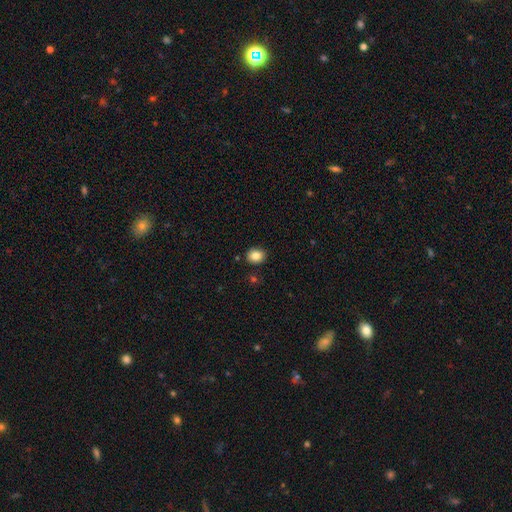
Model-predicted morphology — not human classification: smooth-or-featured: smooth: 85% | star or artifact: 10% | featured or disk: 5%
  how-rounded: round: 62% | in between: 37% | cigar-shaped: 1%
  merging: none: 88% | minor disturbance: 8% | merger: 2% | major disturbance: 2%